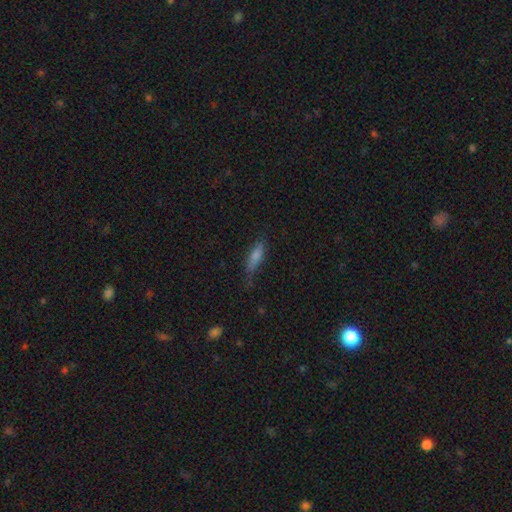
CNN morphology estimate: Smooth or featured? smooth (66%)
How rounded? cigar-shaped (67%)
Merging? none (67%)